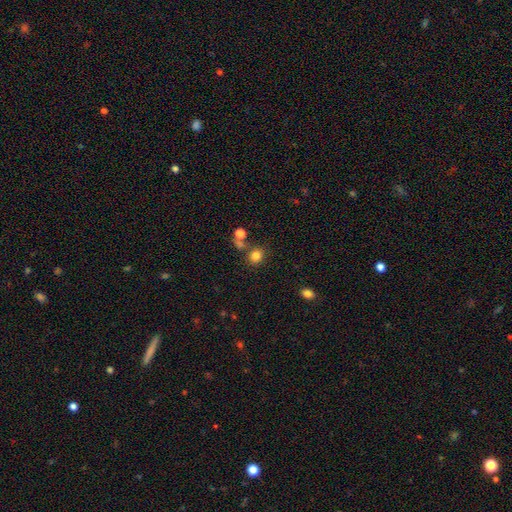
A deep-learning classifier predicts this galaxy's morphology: A smooth galaxy with no disk features (80%) that is round (77%). Merging: none (72%).